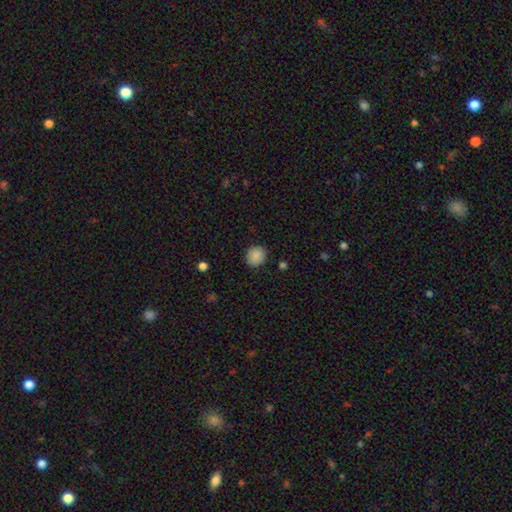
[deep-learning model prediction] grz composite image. It shows a smooth galaxy with no disk features (88%) that is round (88%). Merging: none (88%).